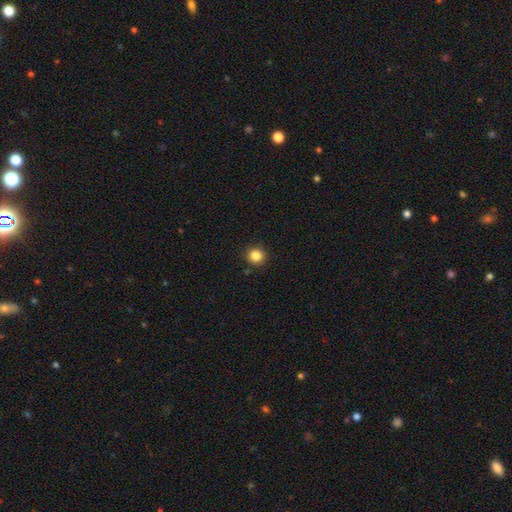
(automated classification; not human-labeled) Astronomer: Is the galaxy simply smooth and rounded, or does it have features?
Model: smooth — 85%.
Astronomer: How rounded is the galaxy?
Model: round — 91%.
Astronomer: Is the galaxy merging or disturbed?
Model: none — 91%.